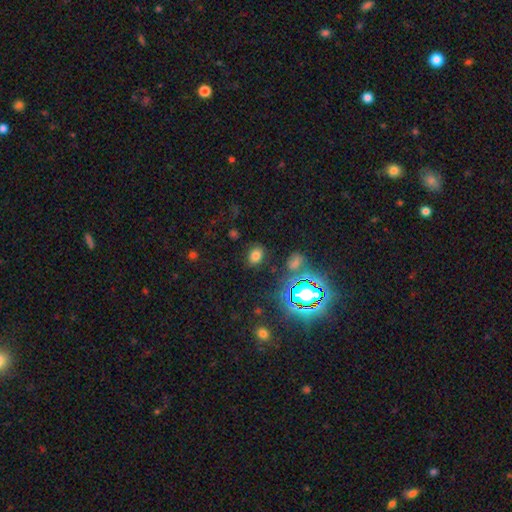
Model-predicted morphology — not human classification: Smooth or featured?
  - smooth: 67% *
  - star or artifact: 25%
  - featured or disk: 7%
How rounded?
  - in between: 63% *
  - round: 36%
  - cigar-shaped: 1%
Merging?
  - none: 84% *
  - minor disturbance: 10%
  - major disturbance: 4%
  - merger: 3%